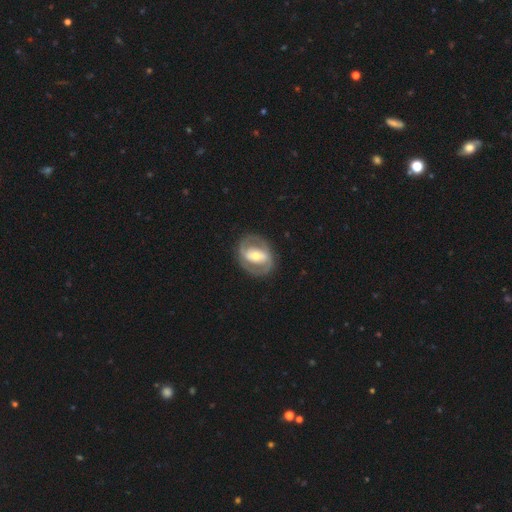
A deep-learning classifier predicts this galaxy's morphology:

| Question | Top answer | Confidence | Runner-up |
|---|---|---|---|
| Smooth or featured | featured or disk | 78% | smooth (17%) |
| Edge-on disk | no | 96% | yes (4%) |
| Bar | strong | 43% | weak (33%) |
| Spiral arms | yes | 74% | no (26%) |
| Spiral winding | tight | 44% | medium (42%) |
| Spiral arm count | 2 | 84% | can't tell (9%) |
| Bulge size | moderate | 59% | small (29%) |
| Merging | none | 82% | minor disturbance (11%) |